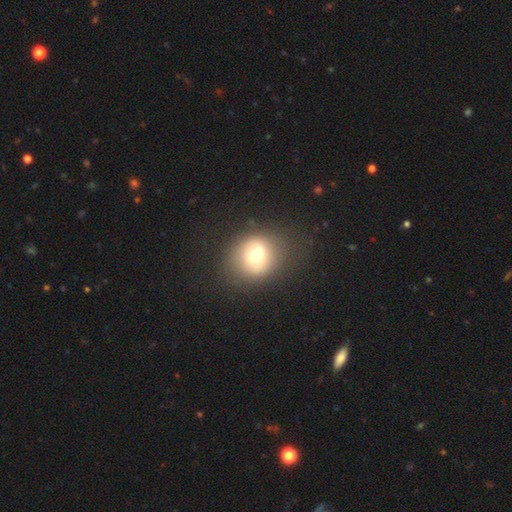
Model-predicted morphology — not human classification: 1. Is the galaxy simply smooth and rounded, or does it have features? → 62% smooth, 26% featured or disk, 12% star or artifact.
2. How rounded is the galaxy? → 75% round, 24% in between, 1% cigar-shaped.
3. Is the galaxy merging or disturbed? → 47% none, 34% merger, 13% minor disturbance, 6% major disturbance.